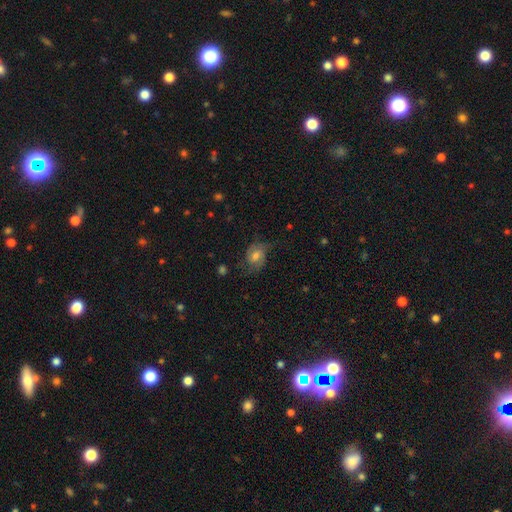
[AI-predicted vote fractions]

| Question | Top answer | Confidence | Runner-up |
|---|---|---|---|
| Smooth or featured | featured or disk | 50% | smooth (38%) |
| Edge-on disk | no | 96% | yes (4%) |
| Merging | none | 59% | minor disturbance (24%) |